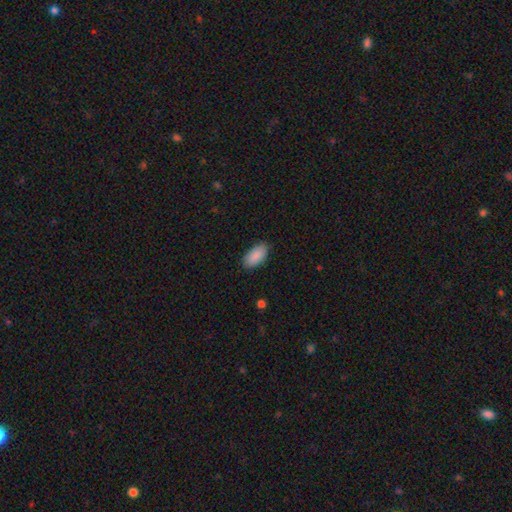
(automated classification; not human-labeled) Smooth or featured?
  - smooth: 90% *
  - star or artifact: 6%
  - featured or disk: 4%
How rounded?
  - in between: 94% *
  - cigar-shaped: 4%
  - round: 2%
Merging?
  - none: 86% *
  - minor disturbance: 11%
  - major disturbance: 2%
  - merger: 1%